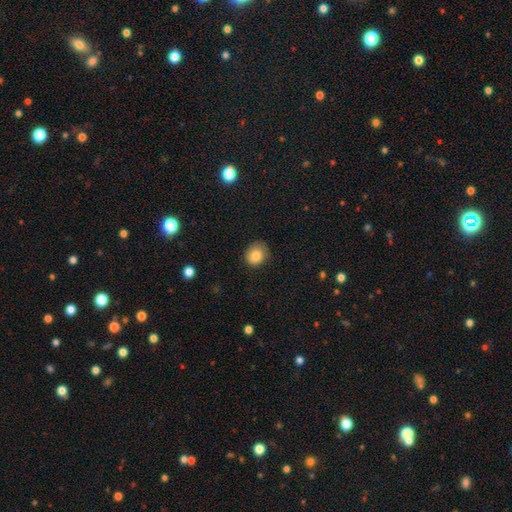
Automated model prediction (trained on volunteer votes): Smooth or featured? smooth (83%)
How rounded? round (66%)
Merging? none (74%)